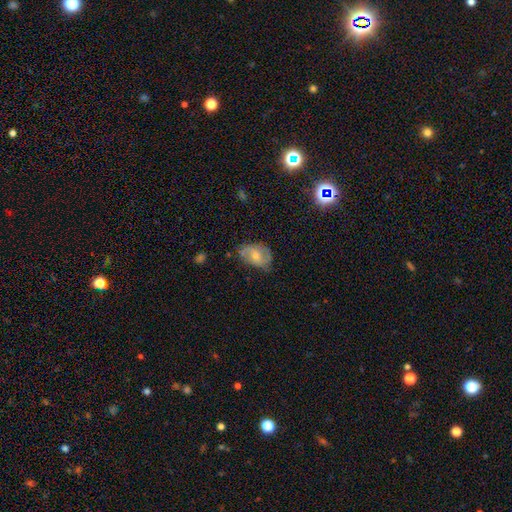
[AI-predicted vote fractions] Smooth or featured? Predicted: smooth (p=0.47). Merging? Predicted: none (p=0.55).